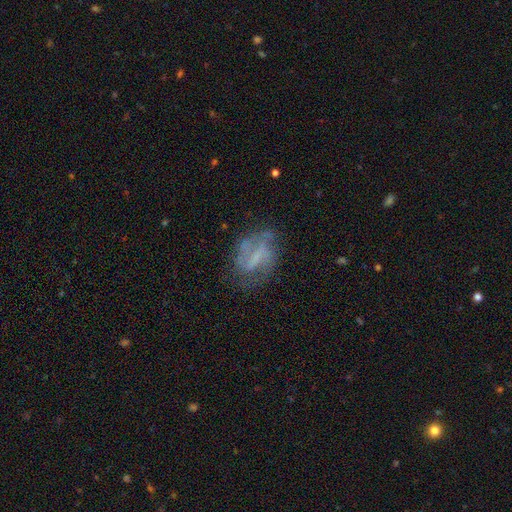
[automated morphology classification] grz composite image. It shows a featured or disk galaxy (73%) with a weak bar (42%), 2 (66%) medium (44%) spiral arms (82%) and no central bulge (53%). Merging: none (59%).